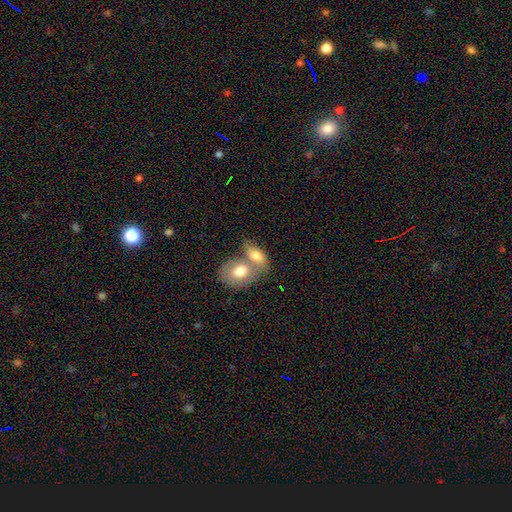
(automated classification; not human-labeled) A smooth galaxy with no disk features (71%) that is in between round and cigar-shaped (84%). Merging: merger (68%).